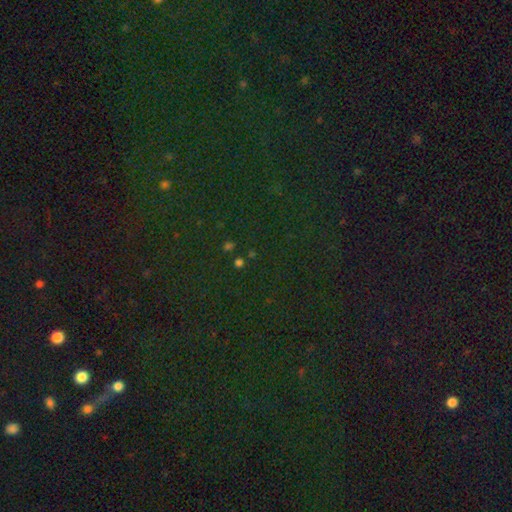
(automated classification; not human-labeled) Smooth or featured?
  - star or artifact: 80% *
  - smooth: 13%
  - featured or disk: 7%